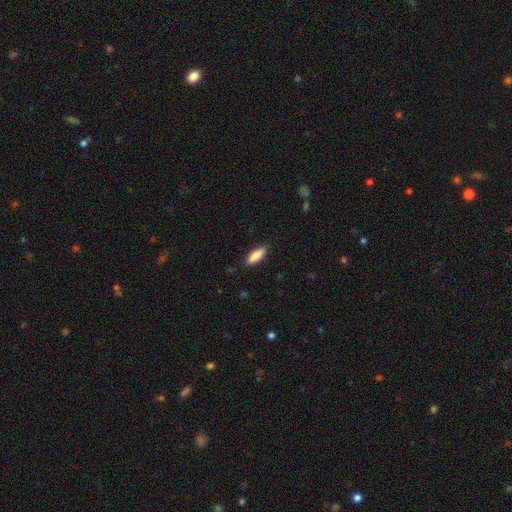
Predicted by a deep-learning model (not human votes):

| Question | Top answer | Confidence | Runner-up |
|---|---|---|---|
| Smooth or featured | smooth | 85% | featured or disk (9%) |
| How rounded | in between | 65% | cigar-shaped (33%) |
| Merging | none | 85% | minor disturbance (12%) |